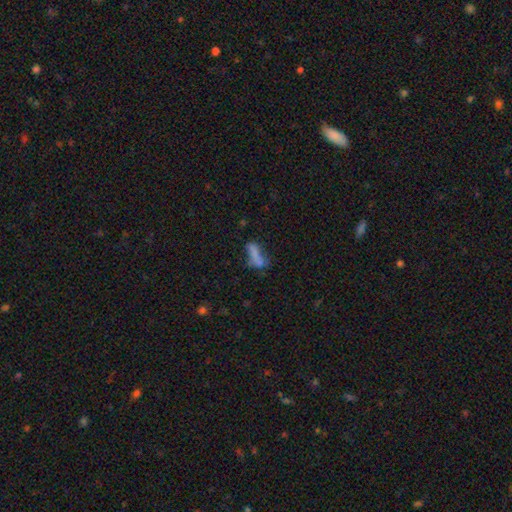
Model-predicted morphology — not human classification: smooth_or_featured: smooth (p=0.65) [alt: featured or disk p=0.22]
how_rounded: in between (p=0.51) [alt: cigar-shaped p=0.45]
merging: none (p=0.38) [alt: minor disturbance p=0.22]